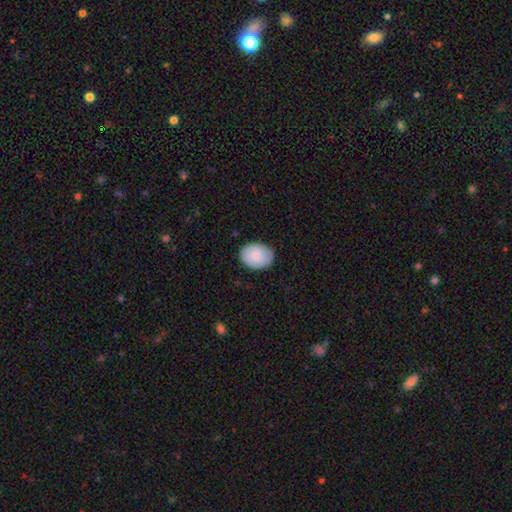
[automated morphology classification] A smooth galaxy with no disk features (85%) that is in between round and cigar-shaped (70%).

Vote fractions:
- Smooth or featured? smooth: 85% / featured or disk: 9% / star or artifact: 6%
- How rounded? in between: 70% / round: 29% / cigar-shaped: 1%
- Merging? none: 84% / minor disturbance: 12% / major disturbance: 2% / merger: 1%